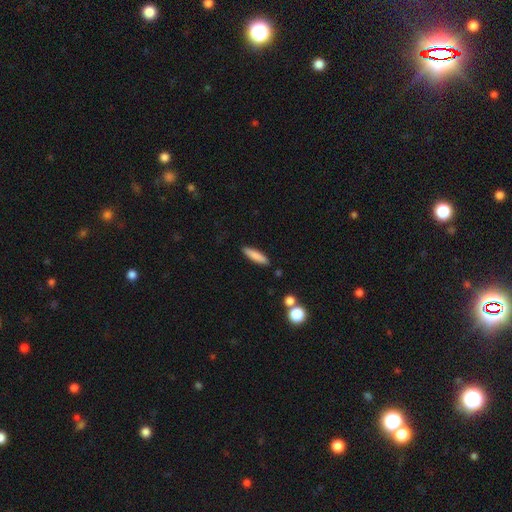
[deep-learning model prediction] smooth 82%, featured or disk 11%, star or artifact 7%. Down the decision tree: how rounded — cigar-shaped (79%); merging — none (89%).